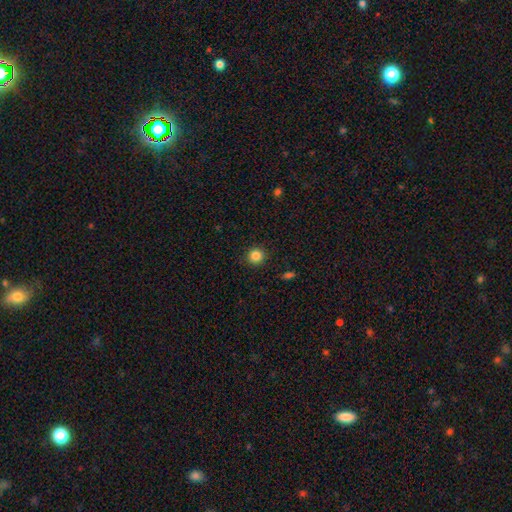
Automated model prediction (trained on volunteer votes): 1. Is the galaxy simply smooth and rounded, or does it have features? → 85% smooth, 11% star or artifact, 4% featured or disk.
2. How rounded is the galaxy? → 93% round, 6% in between, 1% cigar-shaped.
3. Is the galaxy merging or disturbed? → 91% none, 6% minor disturbance, 2% major disturbance, 1% merger.